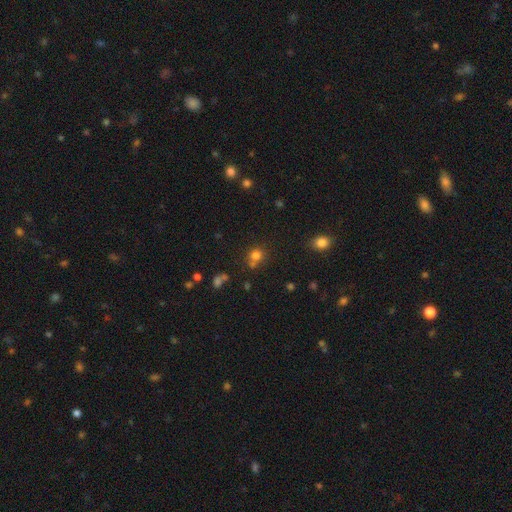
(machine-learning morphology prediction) smooth-or-featured: smooth: 76% | star or artifact: 17% | featured or disk: 7%
  how-rounded: round: 84% | in between: 15% | cigar-shaped: 1%
  merging: none: 59% | merger: 25% | minor disturbance: 11% | major disturbance: 5%